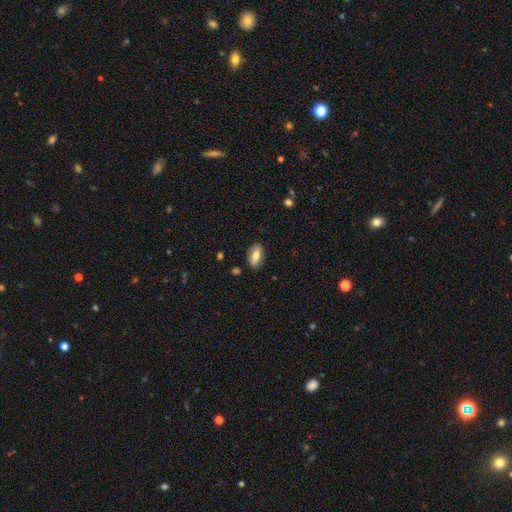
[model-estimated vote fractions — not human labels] Q: Smooth or featured?
A: smooth (72%); runner-up: featured or disk (21%)
Q: How rounded?
A: in between (85%); runner-up: cigar-shaped (11%)
Q: Merging?
A: none (85%); runner-up: minor disturbance (11%)